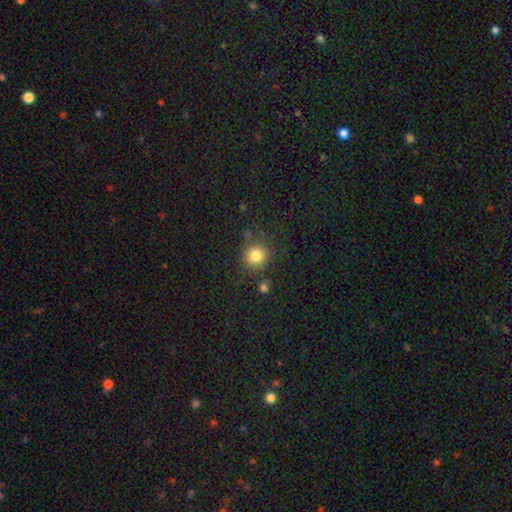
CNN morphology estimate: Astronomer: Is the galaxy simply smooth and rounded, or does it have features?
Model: smooth — 82%.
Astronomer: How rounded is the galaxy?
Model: round — 92%.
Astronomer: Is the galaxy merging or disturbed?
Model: none — 81%.